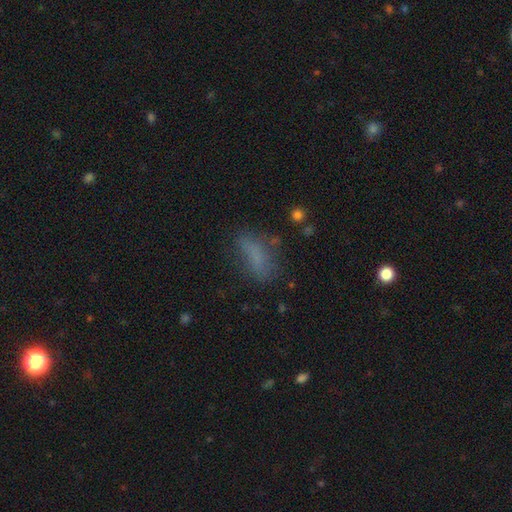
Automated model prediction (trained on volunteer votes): Morphology: type=smooth (69%); roundness=in between (67%); merging=none (56%).